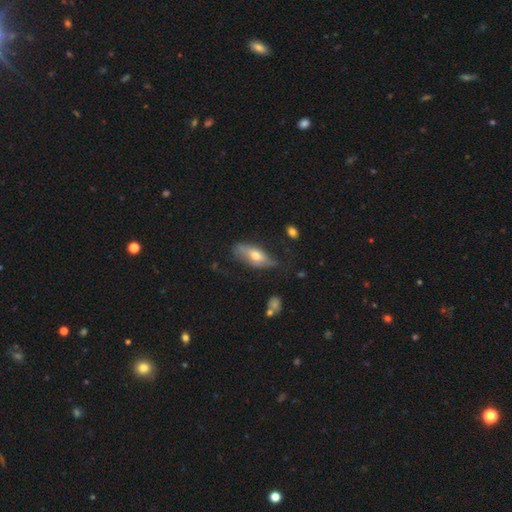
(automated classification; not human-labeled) smooth 49%, featured or disk 44%, star or artifact 7%. Down the decision tree: merging — none (61%).